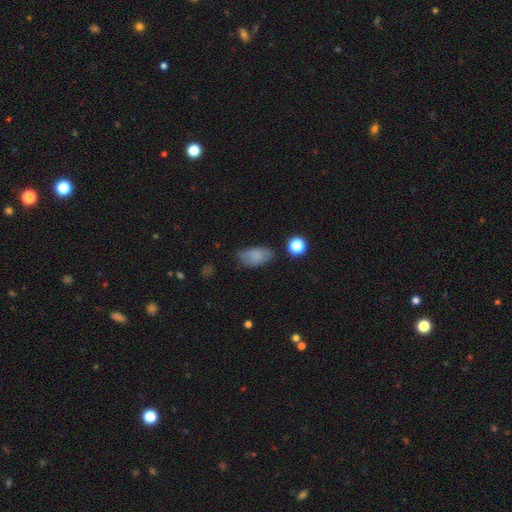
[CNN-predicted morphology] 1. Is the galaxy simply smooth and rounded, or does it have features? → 78% smooth, 12% featured or disk, 10% star or artifact.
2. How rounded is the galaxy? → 91% in between, 6% round, 3% cigar-shaped.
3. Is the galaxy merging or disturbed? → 63% none, 27% minor disturbance, 8% major disturbance, 3% merger.